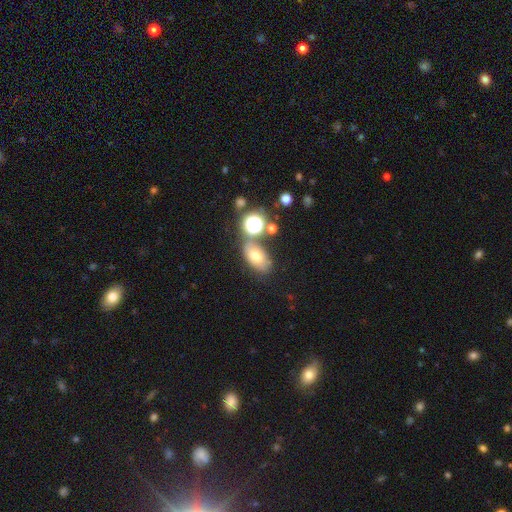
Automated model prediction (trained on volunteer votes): This appears to be a smooth galaxy with no disk features (64%) that is in between round and cigar-shaped (83%). Merging: none (62%).